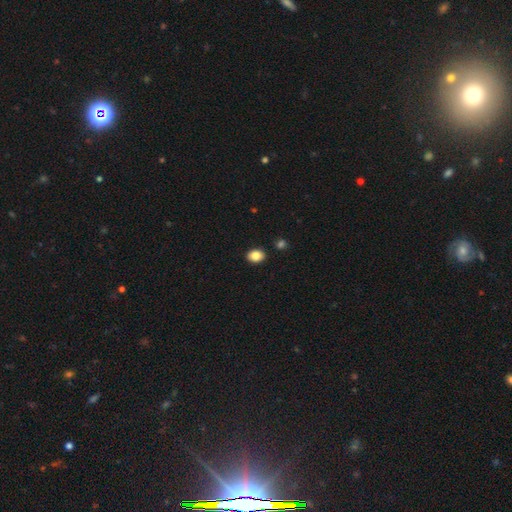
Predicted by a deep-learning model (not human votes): This is clearly a smooth galaxy (85%). How rounded: likely in between (65%). Merging: clearly none (89%).